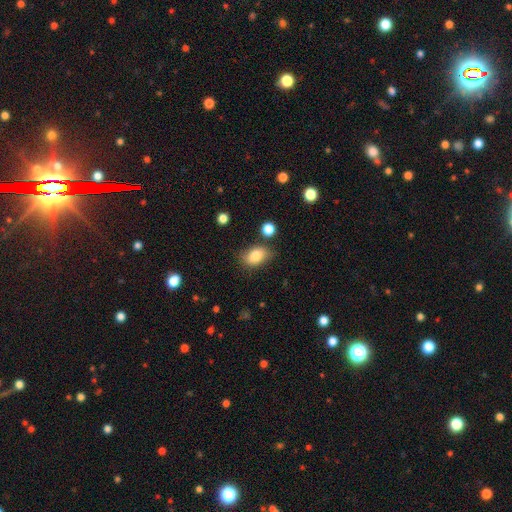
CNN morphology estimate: The model was most divided on "merging": none: 75%, minor disturbance: 17%, major disturbance: 4%, merger: 4%. More confident: smooth or featured — smooth (82%); how rounded — in between (82%).